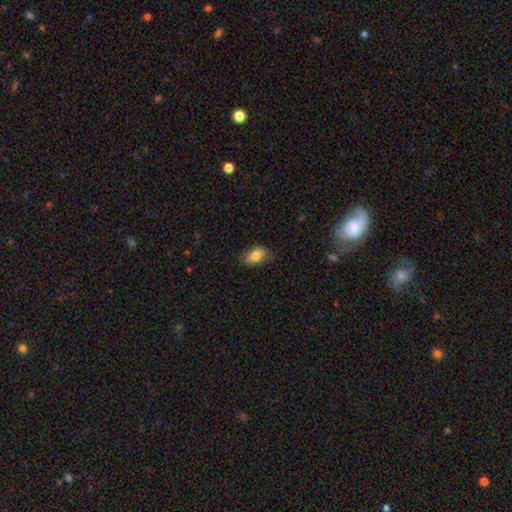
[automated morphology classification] Smooth or featured? smooth (81%)
How rounded? in between (89%)
Merging? none (73%)